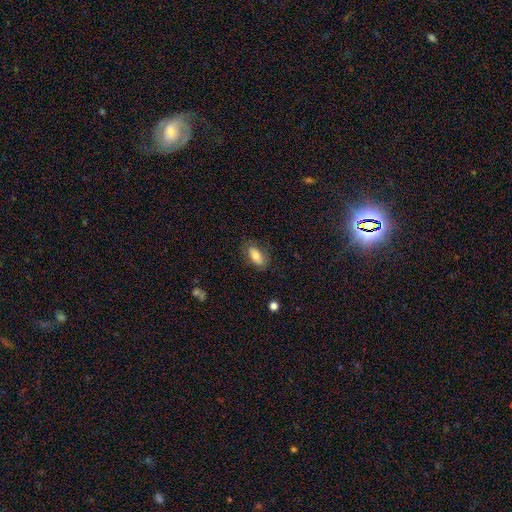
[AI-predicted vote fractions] smooth-or-featured: smooth: 77% | featured or disk: 15% | star or artifact: 7%
  how-rounded: in between: 87% | cigar-shaped: 9% | round: 4%
  merging: none: 78% | minor disturbance: 15% | major disturbance: 5% | merger: 1%